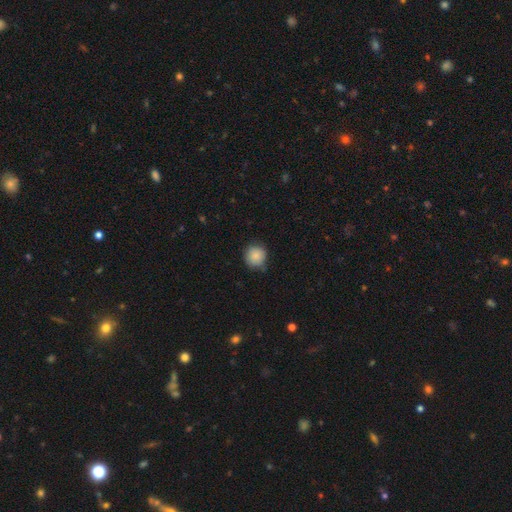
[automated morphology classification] A smooth galaxy with no disk features (86%) that is round (91%).

Vote fractions:
- Smooth or featured? smooth: 86% / star or artifact: 8% / featured or disk: 6%
- How rounded? round: 91% / in between: 8% / cigar-shaped: 1%
- Merging? none: 77% / minor disturbance: 18% / major disturbance: 3% / merger: 1%